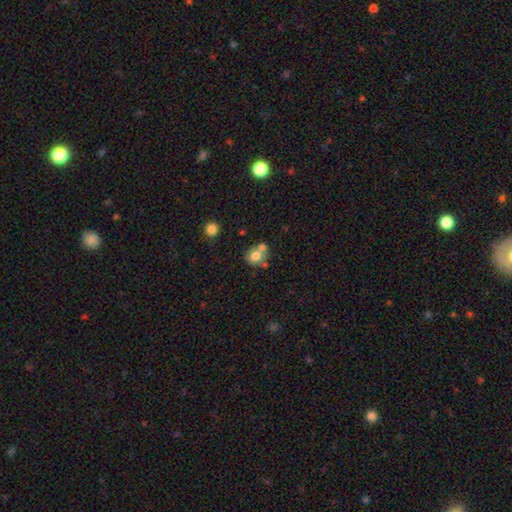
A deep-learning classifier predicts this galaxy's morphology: A smooth galaxy with no disk features (73%) that is round (73%).

Vote fractions:
- Smooth or featured? smooth: 73% / featured or disk: 16% / star or artifact: 11%
- How rounded? round: 73% / in between: 26% / cigar-shaped: 1%
- Merging? none: 46% / merger: 38% / minor disturbance: 12% / major disturbance: 4%